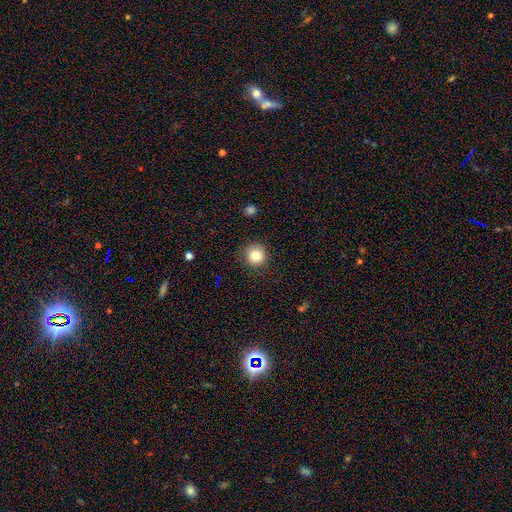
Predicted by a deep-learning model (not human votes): smooth_or_featured: smooth (p=0.82) [alt: star or artifact p=0.11]
how_rounded: round (p=0.93) [alt: in between p=0.06]
merging: none (p=0.89) [alt: minor disturbance p=0.07]